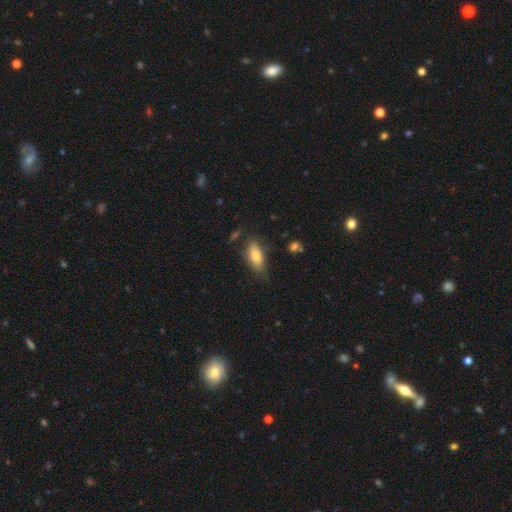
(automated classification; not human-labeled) smooth 77%, featured or disk 16%, star or artifact 7%. Down the decision tree: how rounded — in between (80%); merging — none (72%).